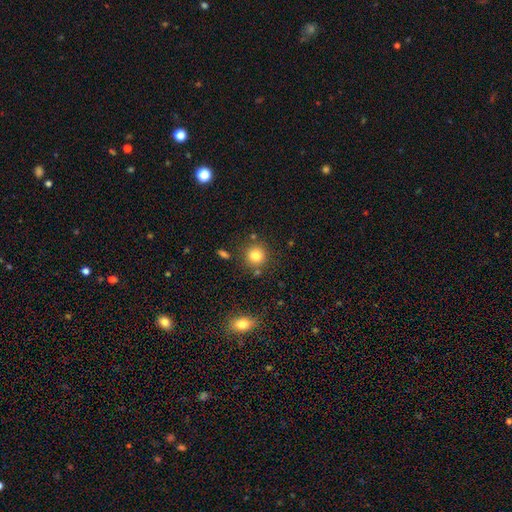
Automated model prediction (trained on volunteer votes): A smooth galaxy with no disk features (82%) that is round (91%). Merging: none (82%).